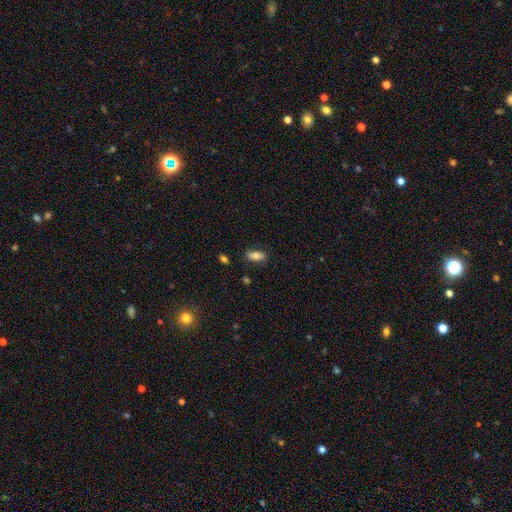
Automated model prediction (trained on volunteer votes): smooth_or_featured: smooth (p=0.81) [alt: featured or disk p=0.11]
how_rounded: in between (p=0.89) [alt: cigar-shaped p=0.08]
merging: none (p=0.84) [alt: minor disturbance p=0.11]